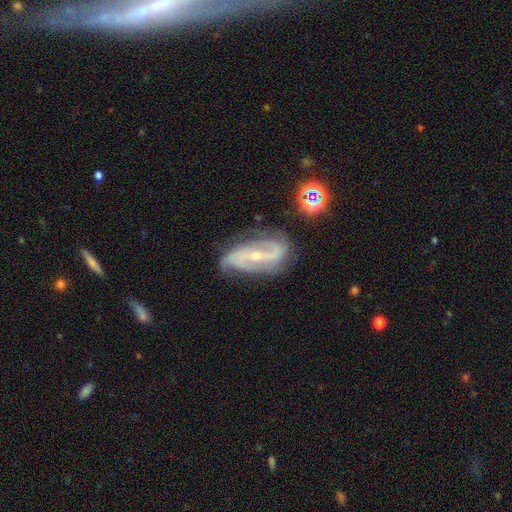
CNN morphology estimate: Smooth or featured? Predicted: featured or disk (p=0.85). Edge-on disk? Predicted: no (p=0.93). Bar? Predicted: strong (p=0.40). Spiral arms? Predicted: yes (p=0.95). Spiral winding? Predicted: medium (p=0.42). Spiral arm count? Predicted: 2 (p=0.64). Bulge size? Predicted: small (p=0.71). Merging? Predicted: none (p=0.65).